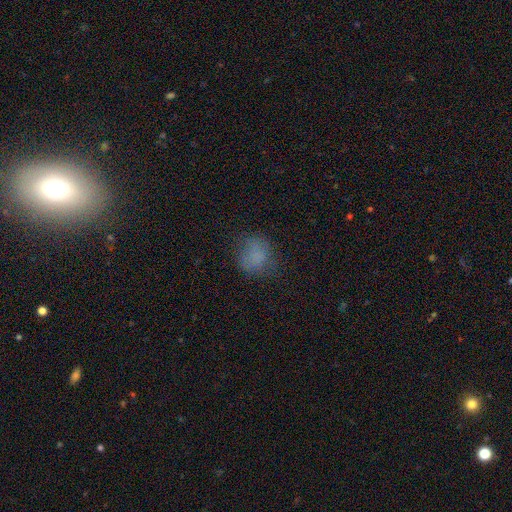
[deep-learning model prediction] smooth-or-featured: smooth: 72% | star or artifact: 14% | featured or disk: 14%
  how-rounded: round: 65% | in between: 34% | cigar-shaped: 1%
  merging: none: 64% | minor disturbance: 22% | major disturbance: 13% | merger: 2%